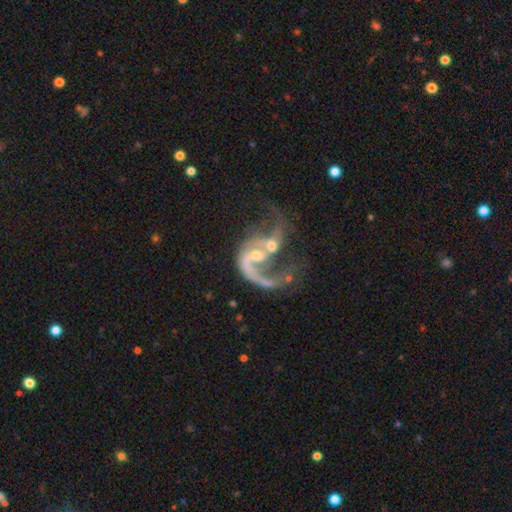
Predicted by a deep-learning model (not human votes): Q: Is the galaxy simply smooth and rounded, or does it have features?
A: featured or disk — 85%.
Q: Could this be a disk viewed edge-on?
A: no — 98%.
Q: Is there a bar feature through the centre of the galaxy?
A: no — 56%.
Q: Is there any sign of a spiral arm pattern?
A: yes — 88%.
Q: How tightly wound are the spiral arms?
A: loose — 68%.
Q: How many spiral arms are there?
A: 2 — 44%.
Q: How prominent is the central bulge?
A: moderate — 45%.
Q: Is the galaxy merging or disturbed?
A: merger — 45%.